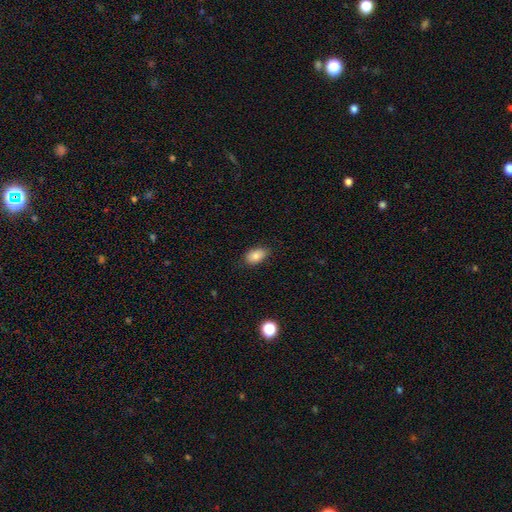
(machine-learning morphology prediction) type=smooth (84%); roundness=in between (90%); merging=none (80%).